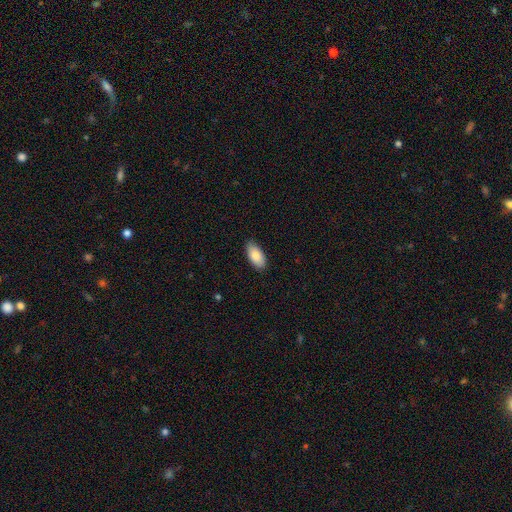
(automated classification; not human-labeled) Smooth or featured?
  - smooth: 86% *
  - featured or disk: 8%
  - star or artifact: 6%
How rounded?
  - in between: 93% *
  - cigar-shaped: 5%
  - round: 2%
Merging?
  - none: 86% *
  - minor disturbance: 11%
  - major disturbance: 2%
  - merger: 1%